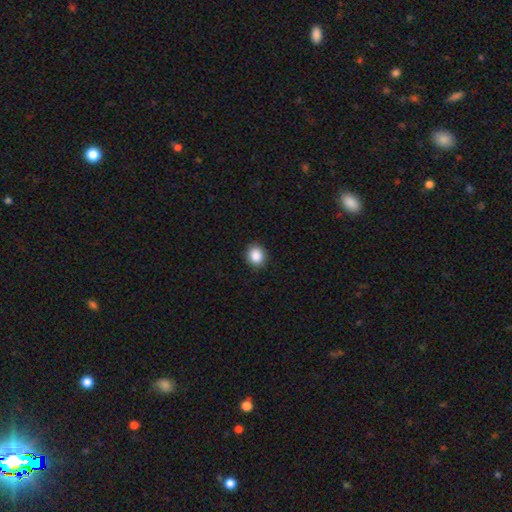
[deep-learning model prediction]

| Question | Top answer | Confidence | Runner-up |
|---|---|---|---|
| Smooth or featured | smooth | 88% | star or artifact (9%) |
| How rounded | round | 75% | in between (24%) |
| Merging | none | 91% | minor disturbance (6%) |